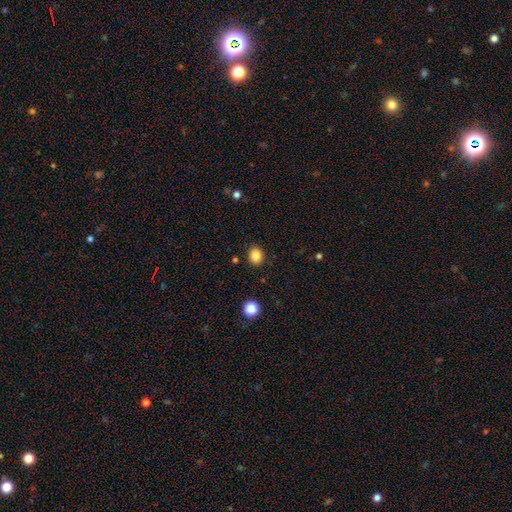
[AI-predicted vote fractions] smooth 86%, star or artifact 11%, featured or disk 3%. Down the decision tree: how rounded — round (68%); merging — none (88%).